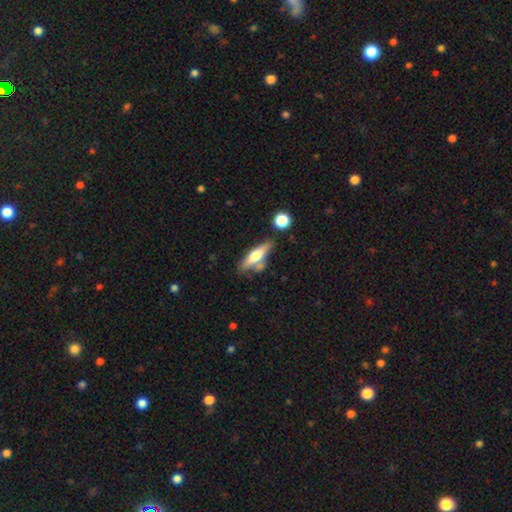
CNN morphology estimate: The model was most divided on "smooth or featured": smooth: 50%, featured or disk: 44%, star or artifact: 7%. More confident: merging — none (63%).